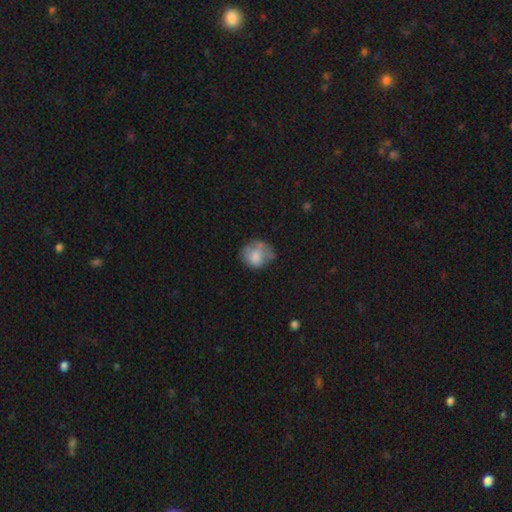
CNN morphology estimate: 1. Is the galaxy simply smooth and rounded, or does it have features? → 70% smooth, 21% featured or disk, 9% star or artifact.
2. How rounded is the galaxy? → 69% round, 30% in between, 1% cigar-shaped.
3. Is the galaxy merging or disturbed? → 46% none, 31% minor disturbance, 16% major disturbance, 7% merger.